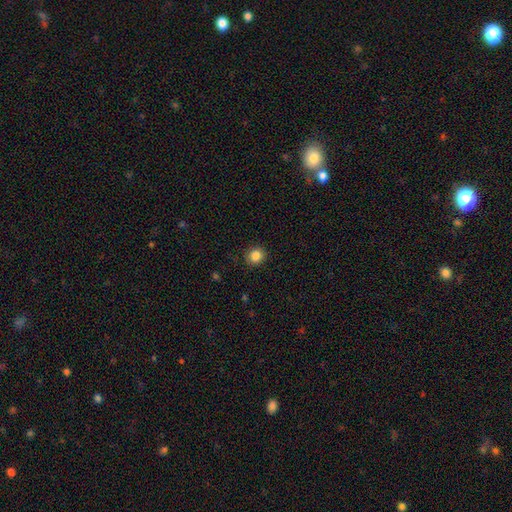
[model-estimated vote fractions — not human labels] Q: Smooth or featured?
A: smooth (85%); runner-up: star or artifact (11%)
Q: How rounded?
A: round (85%); runner-up: in between (14%)
Q: Merging?
A: none (90%); runner-up: minor disturbance (7%)